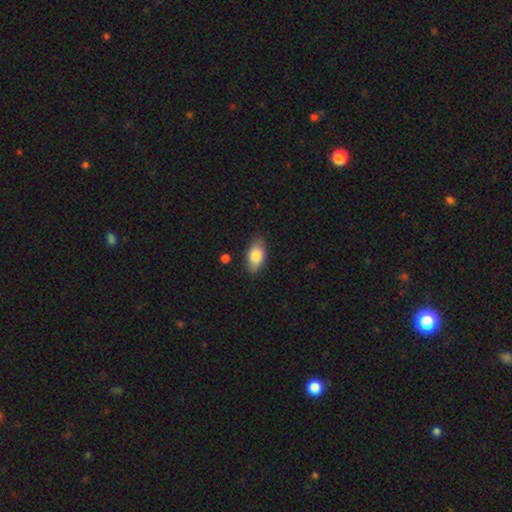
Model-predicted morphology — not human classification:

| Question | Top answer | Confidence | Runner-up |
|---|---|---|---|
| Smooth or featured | smooth | 80% | featured or disk (13%) |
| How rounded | in between | 90% | round (5%) |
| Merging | none | 82% | minor disturbance (14%) |